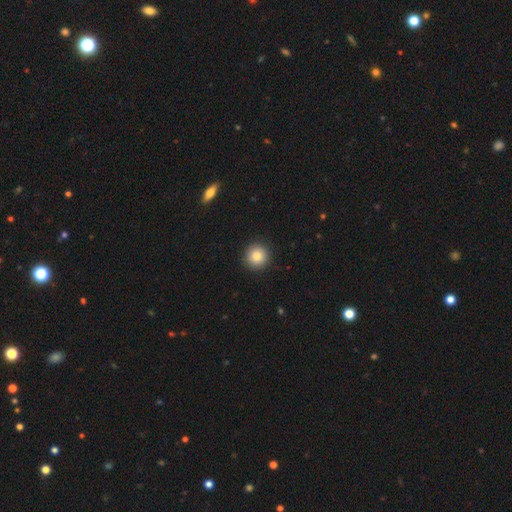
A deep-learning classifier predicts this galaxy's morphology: Q: Smooth or featured?
A: smooth (85%); runner-up: star or artifact (9%)
Q: How rounded?
A: round (95%); runner-up: in between (4%)
Q: Merging?
A: none (92%); runner-up: minor disturbance (6%)